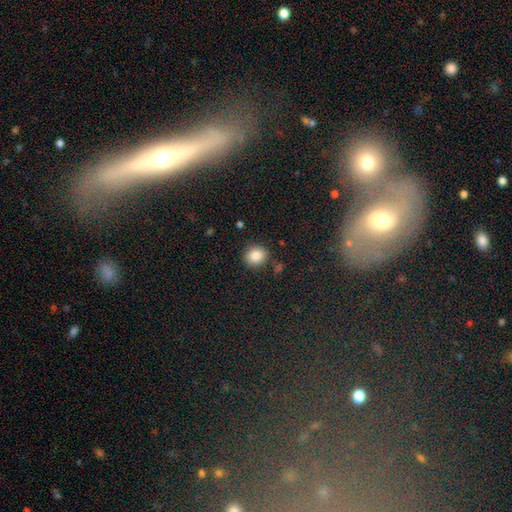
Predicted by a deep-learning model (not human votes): The model was most divided on "how rounded": round: 81%, in between: 18%, cigar-shaped: 1%. More confident: smooth or featured — smooth (86%); merging — none (86%).